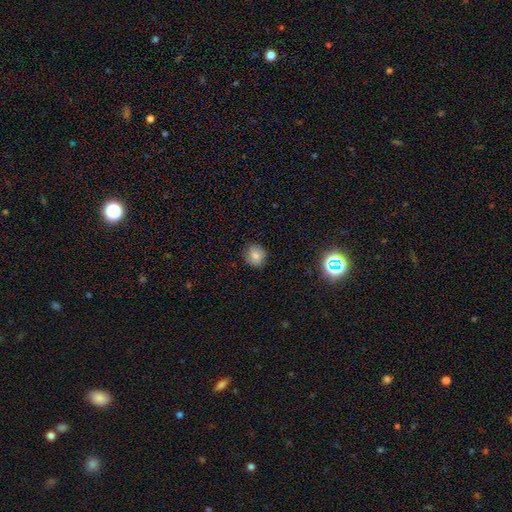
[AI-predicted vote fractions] Smooth or featured? Predicted: smooth (p=0.75). How rounded? Predicted: round (p=0.80). Merging? Predicted: none (p=0.81).